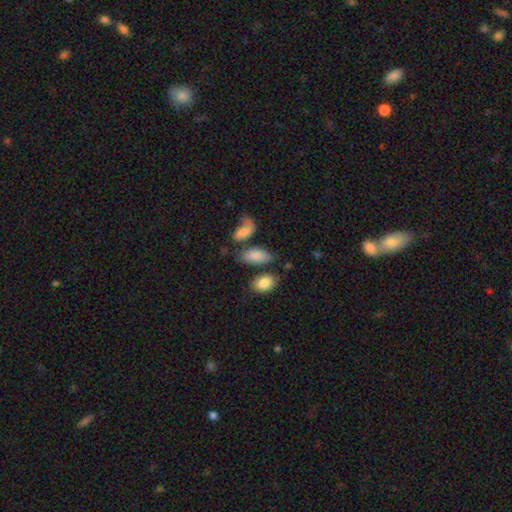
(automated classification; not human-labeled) Smooth or featured?
  - smooth: 78% *
  - featured or disk: 12%
  - star or artifact: 10%
How rounded?
  - in between: 89% *
  - round: 6%
  - cigar-shaped: 5%
Merging?
  - none: 53% *
  - merger: 19%
  - minor disturbance: 17%
  - major disturbance: 11%